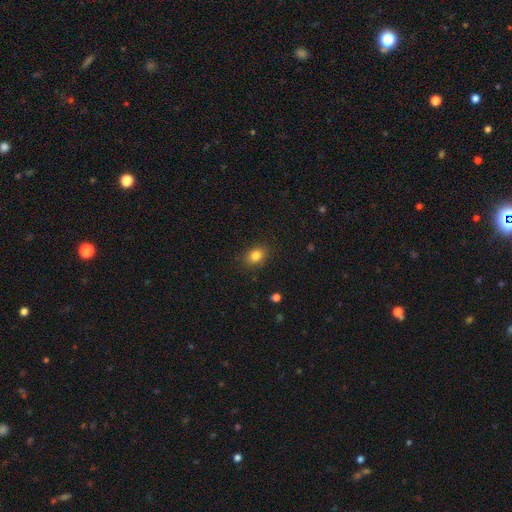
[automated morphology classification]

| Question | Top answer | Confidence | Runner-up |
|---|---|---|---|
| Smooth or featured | smooth | 83% | star or artifact (11%) |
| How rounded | in between | 66% | round (33%) |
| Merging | none | 86% | minor disturbance (10%) |